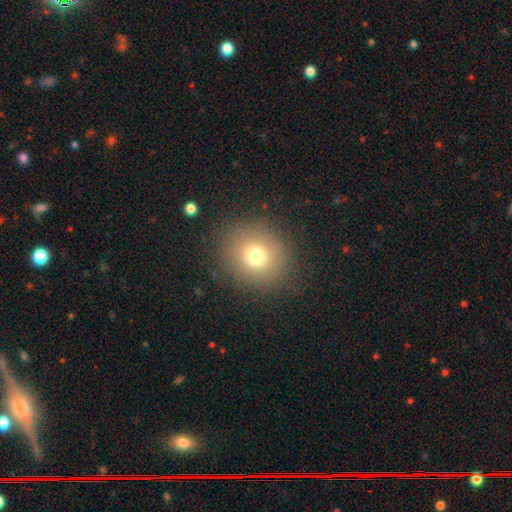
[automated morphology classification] Smooth or featured: smooth — 72% (star or artifact — 16%)
How rounded: round — 87% (in between — 12%)
Merging: none — 86% (minor disturbance — 8%)